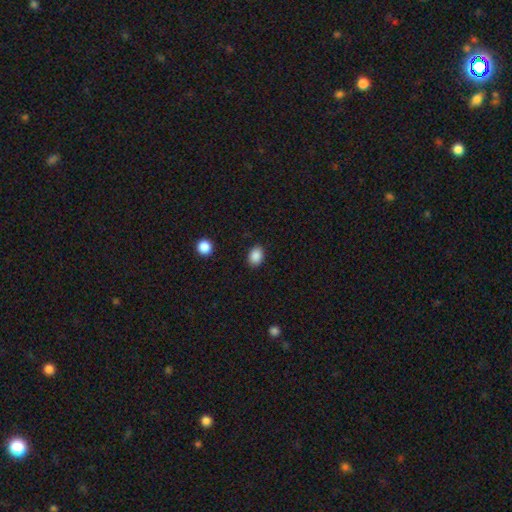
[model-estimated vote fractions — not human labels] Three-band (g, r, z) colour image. It shows a smooth galaxy with no disk features (88%) that is in between round and cigar-shaped (65%). Merging: none (88%).